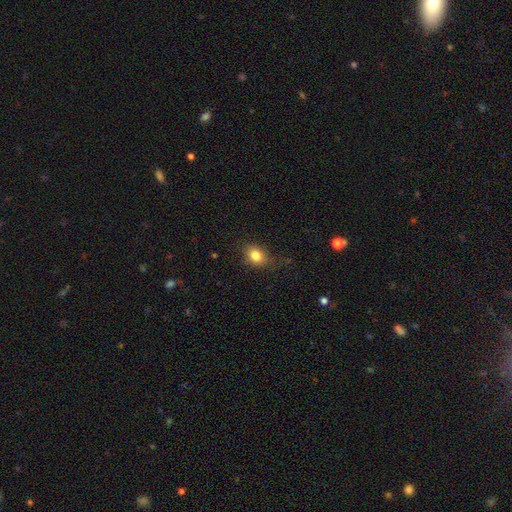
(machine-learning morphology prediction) smooth-or-featured: smooth: 82% | star or artifact: 10% | featured or disk: 7%
  how-rounded: in between: 60% | round: 39% | cigar-shaped: 1%
  merging: none: 76% | minor disturbance: 18% | major disturbance: 5% | merger: 1%